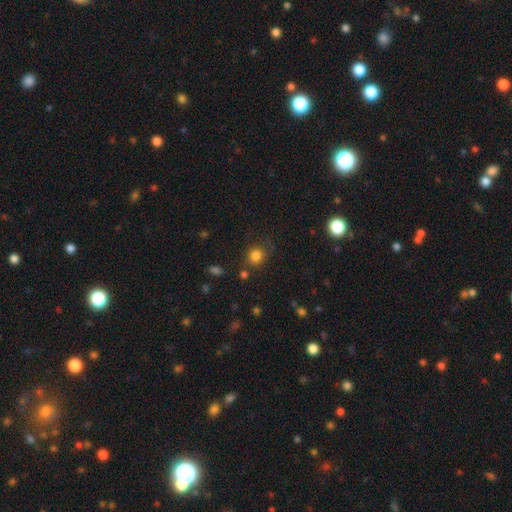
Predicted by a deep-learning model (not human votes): Smooth or featured? smooth (82%)
How rounded? round (81%)
Merging? none (76%)